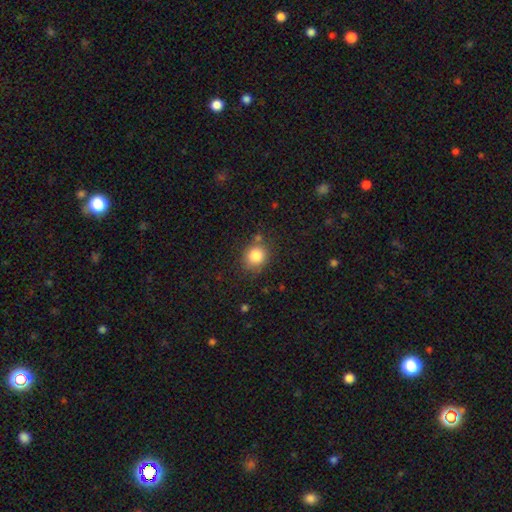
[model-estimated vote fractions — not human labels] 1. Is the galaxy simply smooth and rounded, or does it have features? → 84% smooth, 10% star or artifact, 6% featured or disk.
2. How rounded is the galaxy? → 78% round, 21% in between, 1% cigar-shaped.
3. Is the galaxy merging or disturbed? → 78% none, 13% minor disturbance, 5% merger, 4% major disturbance.